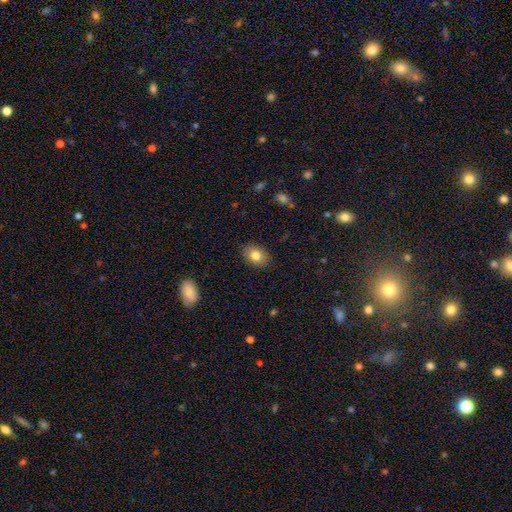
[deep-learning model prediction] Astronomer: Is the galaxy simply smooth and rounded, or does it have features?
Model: smooth — 82%.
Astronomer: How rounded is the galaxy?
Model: in between — 73%.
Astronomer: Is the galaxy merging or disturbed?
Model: none — 88%.